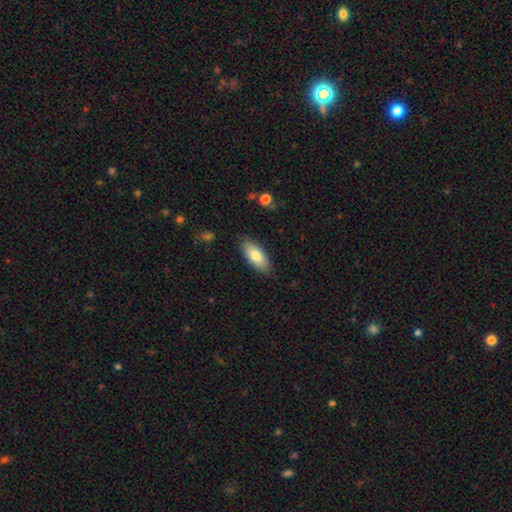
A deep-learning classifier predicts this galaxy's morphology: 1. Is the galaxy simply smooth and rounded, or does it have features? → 78% smooth, 15% featured or disk, 6% star or artifact.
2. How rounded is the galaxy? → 83% in between, 14% cigar-shaped, 2% round.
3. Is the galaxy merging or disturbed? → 85% none, 12% minor disturbance, 2% major disturbance, 1% merger.